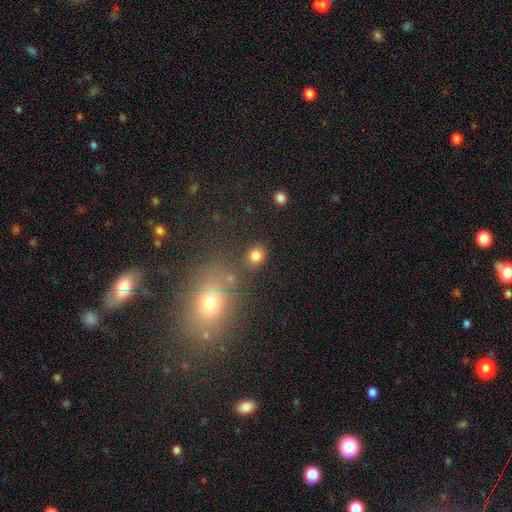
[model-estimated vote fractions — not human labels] Morphology: type=smooth (81%); roundness=round (73%); merging=none (78%).